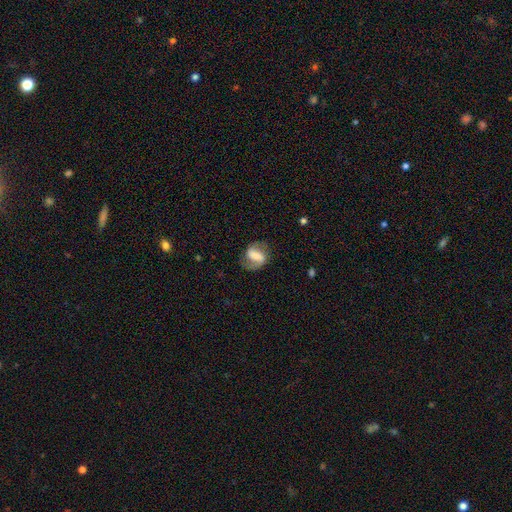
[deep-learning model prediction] Q: Smooth or featured?
A: featured or disk (71%); runner-up: smooth (22%)
Q: Edge-on disk?
A: no (97%); runner-up: yes (3%)
Q: Bar?
A: strong (53%); runner-up: weak (32%)
Q: Spiral arms?
A: yes (90%); runner-up: no (10%)
Q: Spiral winding?
A: medium (46%); runner-up: loose (35%)
Q: Spiral arm count?
A: 2 (86%); runner-up: 1 (7%)
Q: Bulge size?
A: none (33%); runner-up: large (22%)
Q: Merging?
A: none (73%); runner-up: minor disturbance (16%)